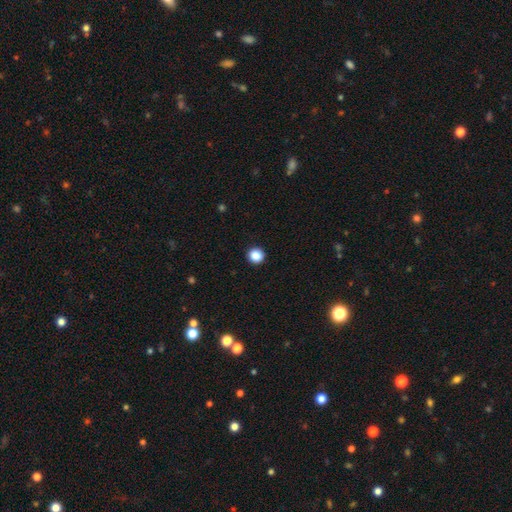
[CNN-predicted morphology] Smooth or featured?
  - smooth: 88% *
  - star or artifact: 10%
  - featured or disk: 2%
How rounded?
  - round: 94% *
  - in between: 5%
  - cigar-shaped: 1%
Merging?
  - none: 93% *
  - minor disturbance: 4%
  - major disturbance: 2%
  - merger: 1%